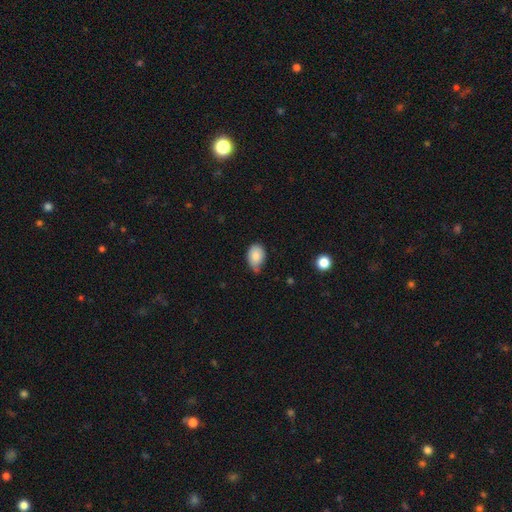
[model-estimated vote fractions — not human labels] smooth 84%, featured or disk 8%, star or artifact 8%. Down the decision tree: how rounded — in between (79%); merging — minor disturbance (45%).